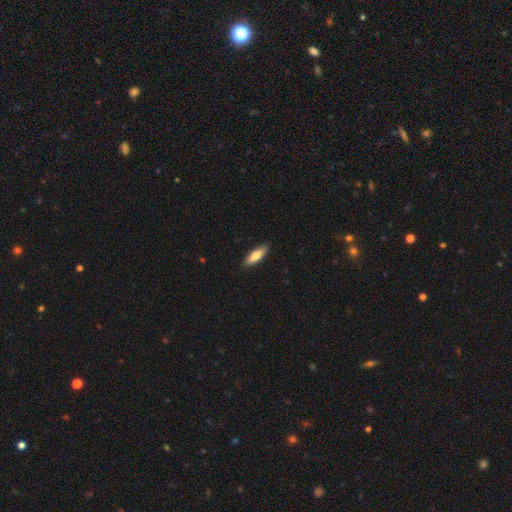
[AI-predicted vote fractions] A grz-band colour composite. It shows a smooth galaxy with no disk features (79%) that is cigar-shaped (52%). Merging: none (88%).